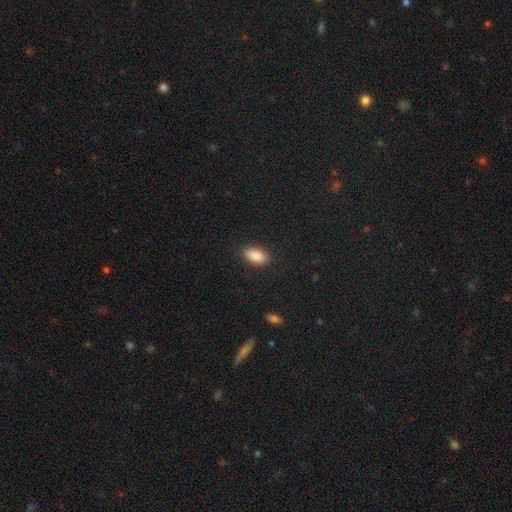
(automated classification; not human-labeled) Smooth or featured: smooth — 89% (star or artifact — 7%)
How rounded: in between — 92% (cigar-shaped — 4%)
Merging: none — 88% (minor disturbance — 9%)